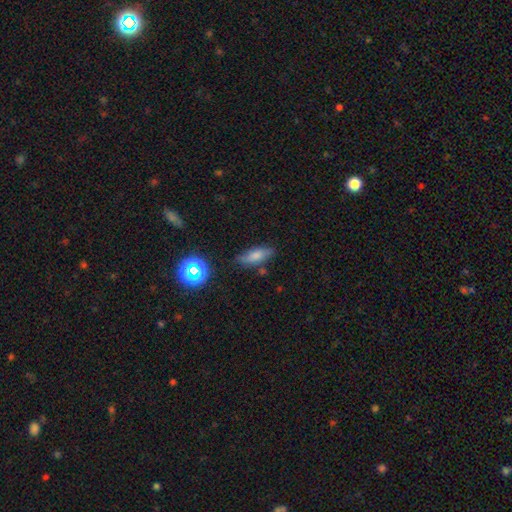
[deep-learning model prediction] The model was most divided on "how rounded": in between: 67%, cigar-shaped: 28%, round: 4%. More confident: merging — none (71%); smooth or featured — smooth (71%).